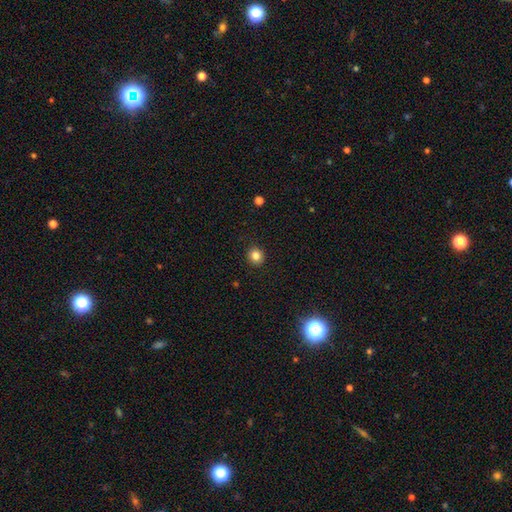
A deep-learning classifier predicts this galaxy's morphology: Smooth or featured? Predicted: smooth (p=0.83). How rounded? Predicted: round (p=0.90). Merging? Predicted: none (p=0.92).